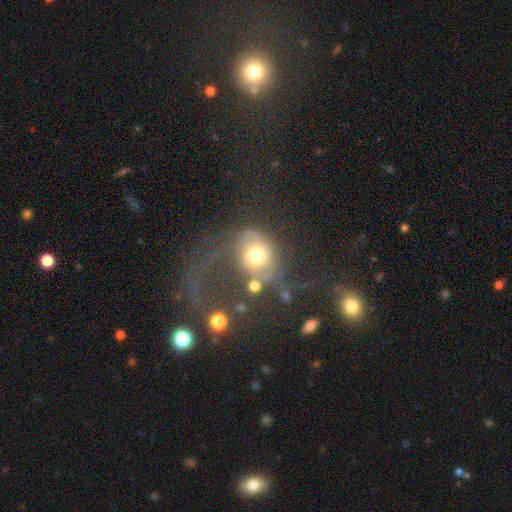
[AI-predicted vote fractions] featured or disk 58%, smooth 30%, star or artifact 12%. Down the decision tree: edge-on disk — no (96%); bar — no (77%); spiral arms — yes (73%); bulge size — moderate (68%); merging — major disturbance (38%).